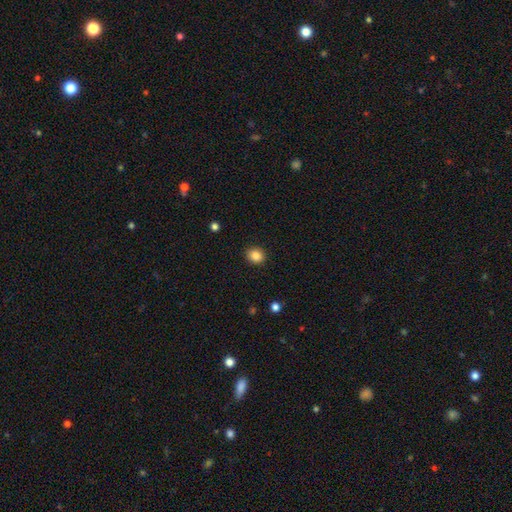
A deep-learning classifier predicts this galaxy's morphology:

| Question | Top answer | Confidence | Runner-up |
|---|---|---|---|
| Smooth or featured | smooth | 87% | star or artifact (9%) |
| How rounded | round | 73% | in between (27%) |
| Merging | none | 91% | minor disturbance (6%) |